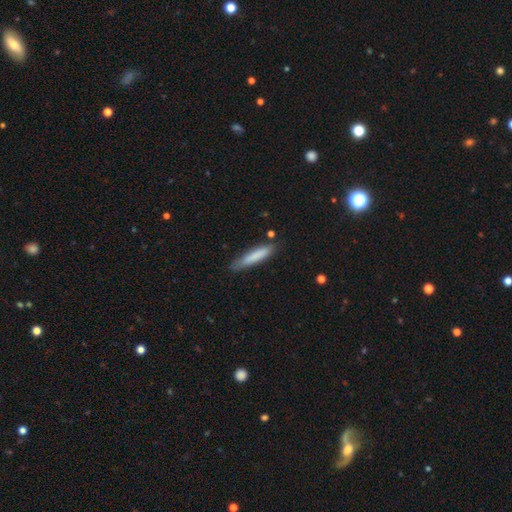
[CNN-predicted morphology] Smooth or featured: smooth — 80% (featured or disk — 14%)
How rounded: cigar-shaped — 88% (in between — 10%)
Merging: none — 79% (minor disturbance — 16%)